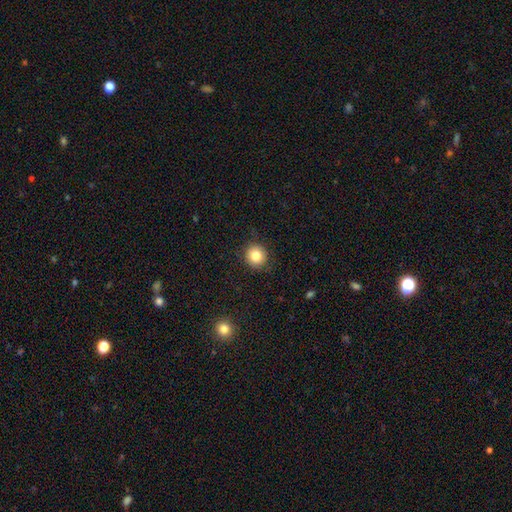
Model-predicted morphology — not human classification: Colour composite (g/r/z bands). It shows a smooth galaxy with no disk features (82%) that is round (91%). Merging: none (90%).